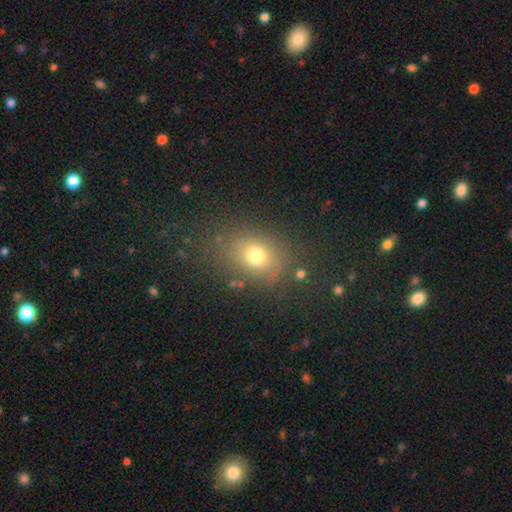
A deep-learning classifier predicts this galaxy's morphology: Smooth or featured: smooth — 71% (star or artifact — 17%)
How rounded: in between — 50% (round — 49%)
Merging: none — 76% (minor disturbance — 14%)